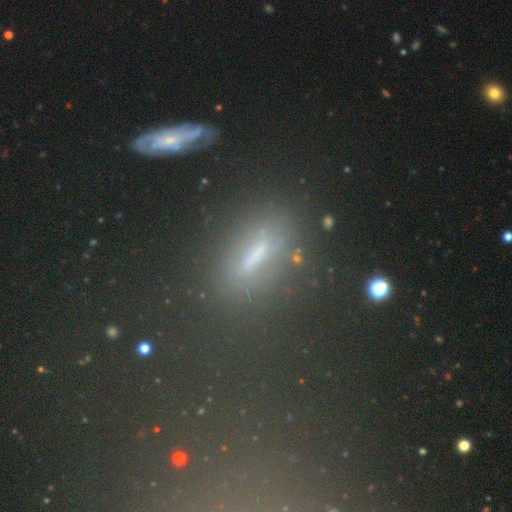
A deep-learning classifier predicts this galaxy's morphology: smooth 40%, star or artifact 35%, featured or disk 25%. Down the decision tree: merging — none (74%).